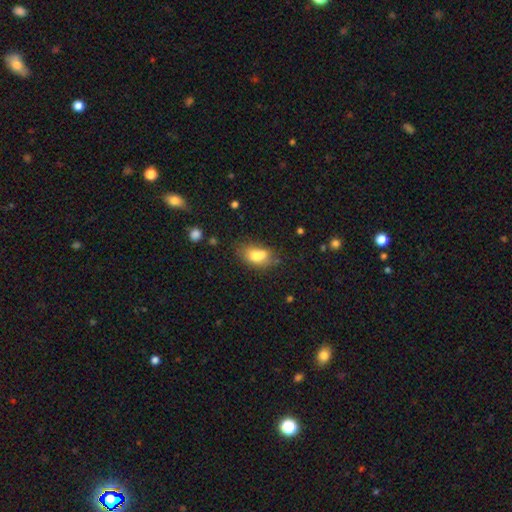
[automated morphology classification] smooth_or_featured: smooth (p=0.72) [alt: featured or disk p=0.18]
how_rounded: in between (p=0.82) [alt: round p=0.15]
merging: none (p=0.38) [alt: merger p=0.32]